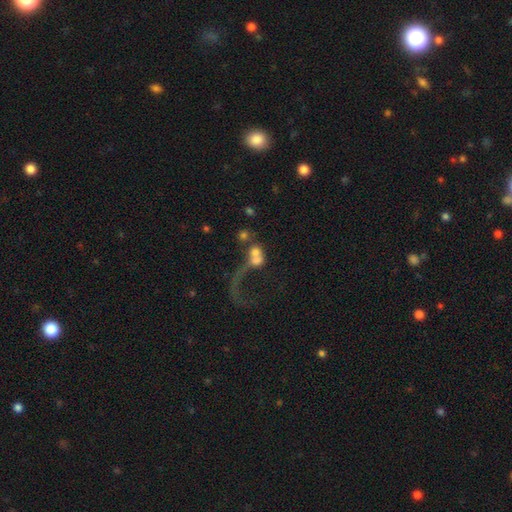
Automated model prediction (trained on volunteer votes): smooth_or_featured: smooth (p=0.53) [alt: featured or disk p=0.35]
how_rounded: round (p=0.63) [alt: in between p=0.34]
merging: merger (p=0.55) [alt: major disturbance p=0.25]